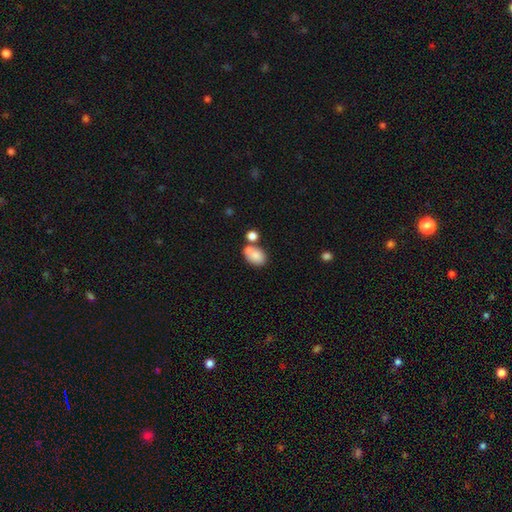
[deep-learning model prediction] Overall: smooth (77%). How rounded: in between (73%). Merging: none (43%; merger 38%).